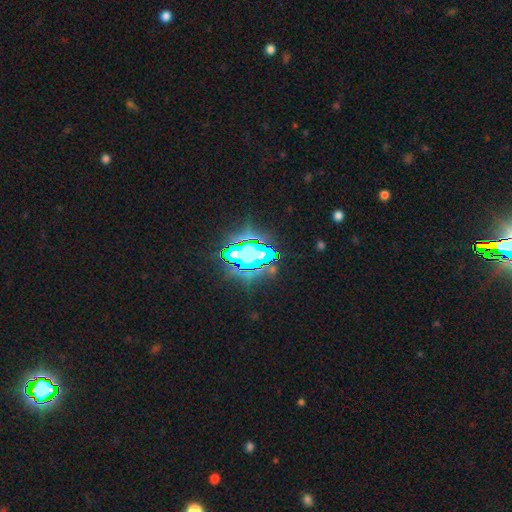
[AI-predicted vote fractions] Morphology: type=star or artifact (71%).